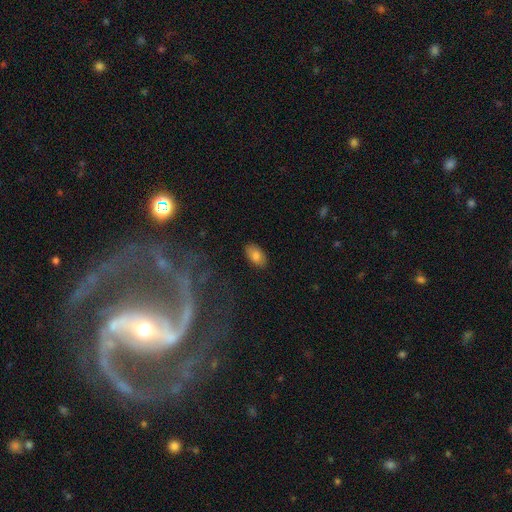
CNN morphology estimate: smooth-or-featured: smooth: 81% | featured or disk: 11% | star or artifact: 8%
  how-rounded: in between: 93% | round: 5% | cigar-shaped: 2%
  merging: none: 87% | minor disturbance: 10% | major disturbance: 2% | merger: 1%